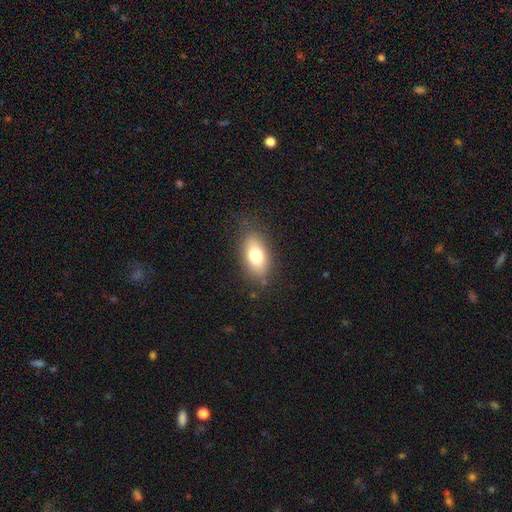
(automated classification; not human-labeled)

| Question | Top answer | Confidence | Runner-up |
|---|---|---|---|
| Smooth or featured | smooth | 77% | featured or disk (15%) |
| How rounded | in between | 89% | cigar-shaped (6%) |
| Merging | none | 80% | minor disturbance (14%) |